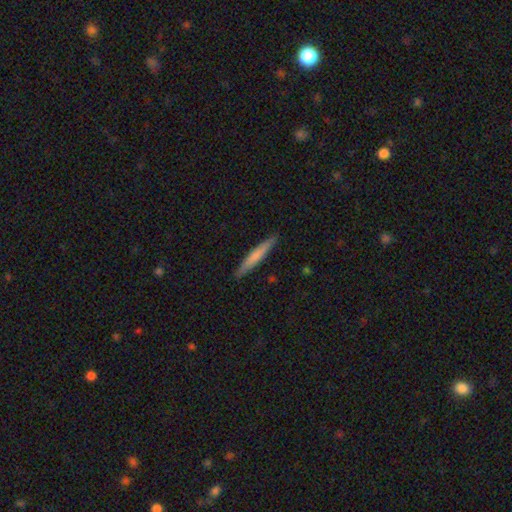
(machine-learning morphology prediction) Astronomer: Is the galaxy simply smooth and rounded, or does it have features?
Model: smooth — 66%.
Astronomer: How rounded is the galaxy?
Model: cigar-shaped — 96%.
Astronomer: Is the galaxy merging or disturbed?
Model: none — 91%.